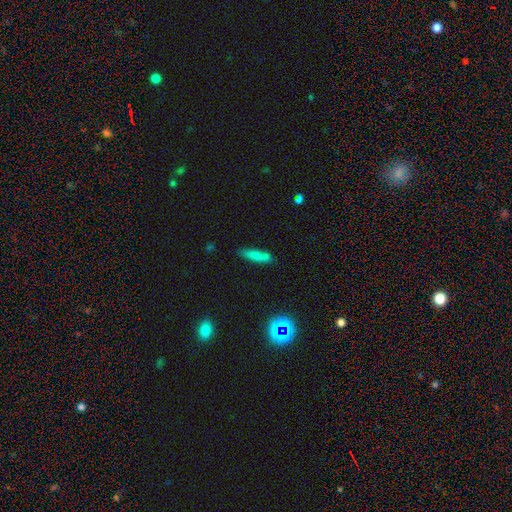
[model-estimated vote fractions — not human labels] Overall: smooth (78%). How rounded: cigar-shaped (74%). Merging: none (77%).